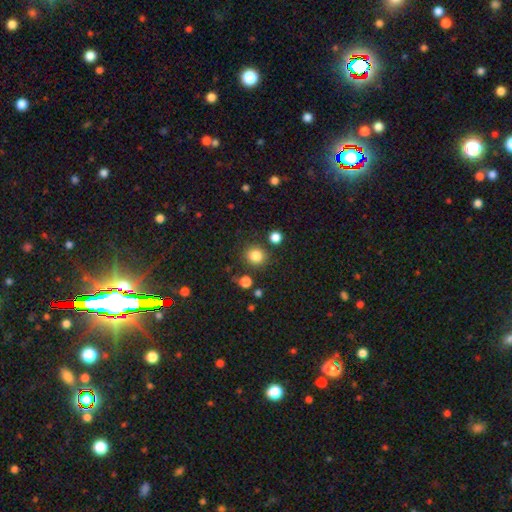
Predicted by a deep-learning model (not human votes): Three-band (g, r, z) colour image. It shows a smooth galaxy with no disk features (84%) that is round (87%). Merging: none (84%).